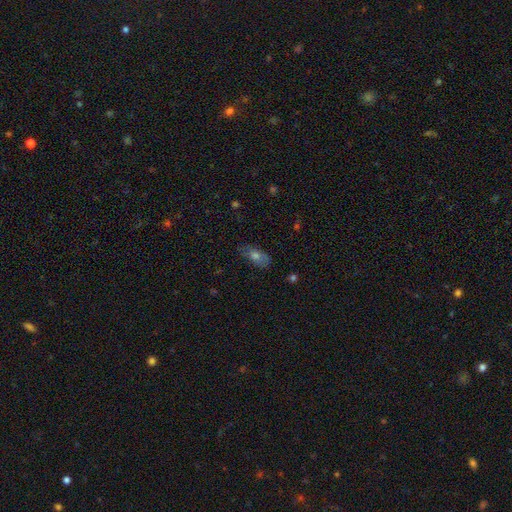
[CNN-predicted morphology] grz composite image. It shows a smooth galaxy with no disk features (60%) that is in between round and cigar-shaped (81%). Merging: none (71%).